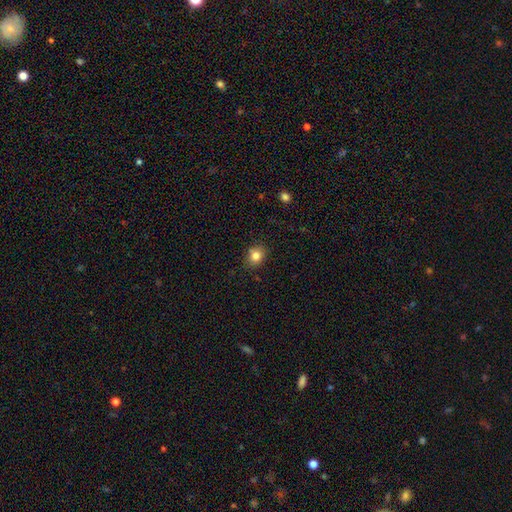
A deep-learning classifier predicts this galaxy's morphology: smooth-or-featured: smooth: 82% | star or artifact: 11% | featured or disk: 7%
  how-rounded: round: 67% | in between: 33% | cigar-shaped: 1%
  merging: none: 83% | minor disturbance: 12% | major disturbance: 3% | merger: 2%